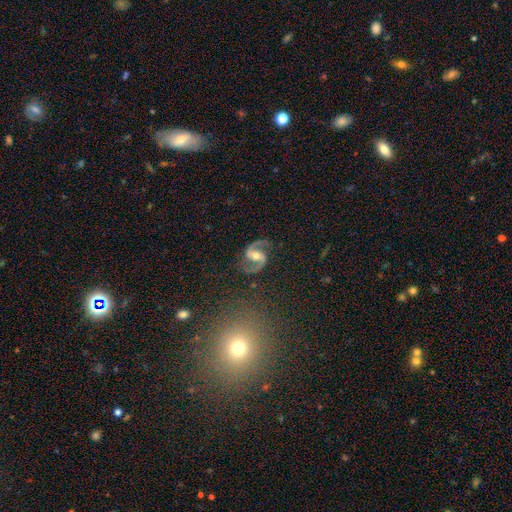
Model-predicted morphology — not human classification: Overall: featured or disk (92%). Edge-on disk: no (98%). Bar: weak (42%; strong 33%). Spiral arms: yes (98%). Spiral arm count: 2 (95%). Spiral winding: medium (56%; loose 32%). Bulge size: moderate (61%; small 32%). Merging: none (83%).